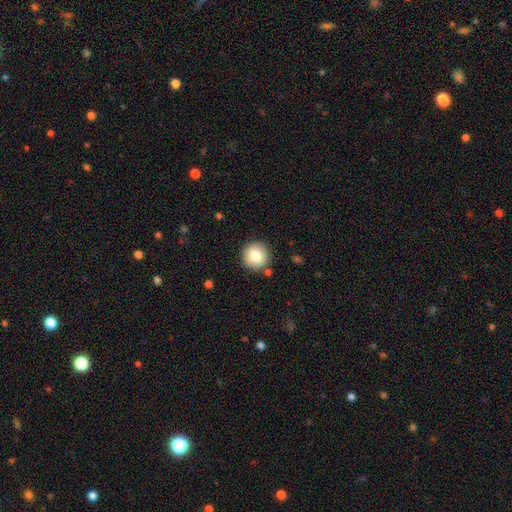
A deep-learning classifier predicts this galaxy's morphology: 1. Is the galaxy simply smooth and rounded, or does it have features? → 77% smooth, 15% featured or disk, 8% star or artifact.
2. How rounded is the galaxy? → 92% round, 7% in between, 1% cigar-shaped.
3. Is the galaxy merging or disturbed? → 87% none, 8% minor disturbance, 3% merger, 2% major disturbance.